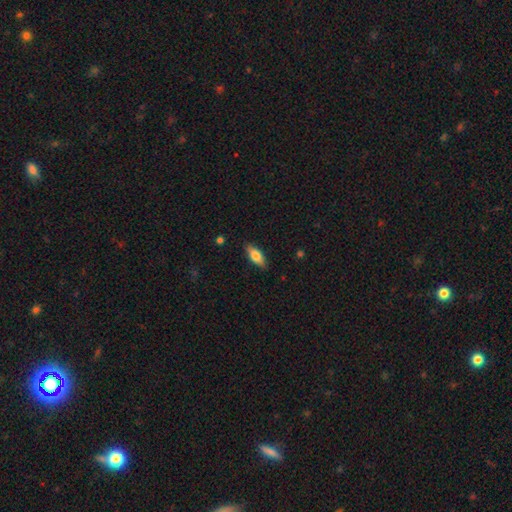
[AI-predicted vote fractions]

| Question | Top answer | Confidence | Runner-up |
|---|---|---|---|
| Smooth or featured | smooth | 72% | featured or disk (22%) |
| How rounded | in between | 74% | cigar-shaped (23%) |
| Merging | none | 86% | minor disturbance (11%) |